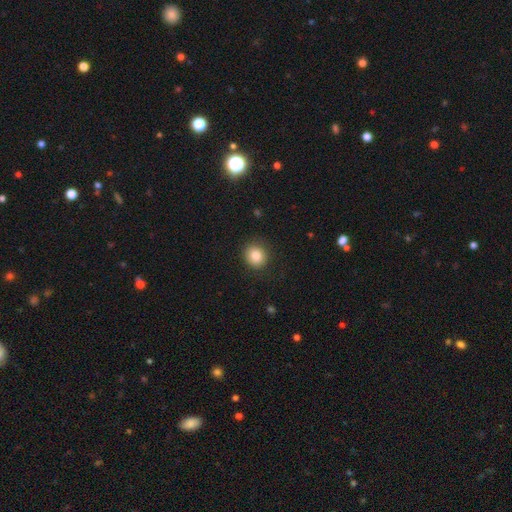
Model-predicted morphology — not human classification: Smooth or featured? Predicted: smooth (p=0.84). How rounded? Predicted: round (p=0.85). Merging? Predicted: none (p=0.87).